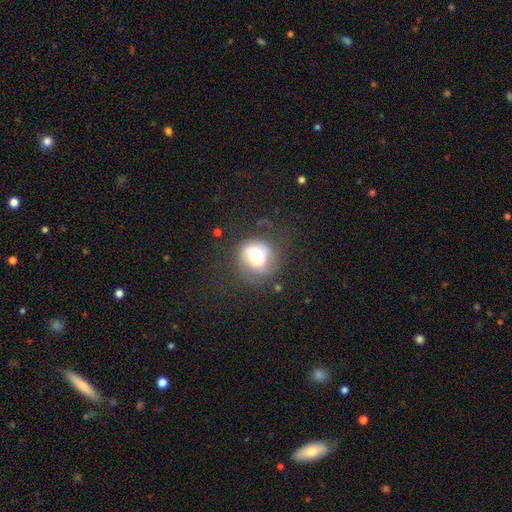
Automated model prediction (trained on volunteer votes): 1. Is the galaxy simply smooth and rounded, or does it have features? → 57% featured or disk, 33% smooth, 10% star or artifact.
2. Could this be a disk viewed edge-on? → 97% no, 3% yes.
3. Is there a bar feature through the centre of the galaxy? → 51% no, 35% weak, 14% strong.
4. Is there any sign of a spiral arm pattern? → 82% yes, 18% no.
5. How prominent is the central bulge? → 46% large, 32% moderate, 15% dominant, 5% small, 2% none.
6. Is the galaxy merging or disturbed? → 55% none, 22% minor disturbance, 21% major disturbance, 2% merger.